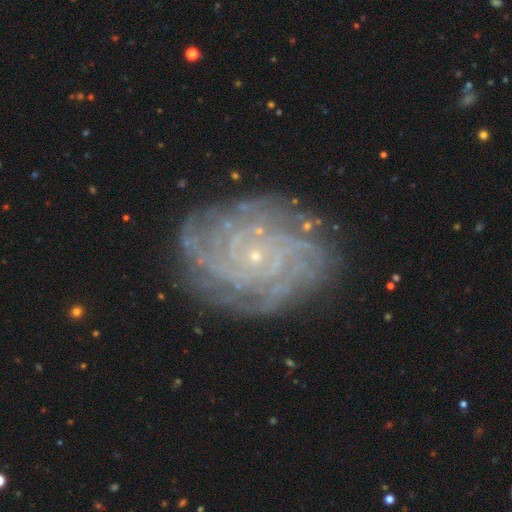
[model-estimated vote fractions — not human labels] Overall: featured or disk (86%). Edge-on disk: no (97%). Bar: no (79%). Spiral arms: yes (97%). Spiral arm count: more than 4 (31%; can't tell 23%). Spiral winding: tight (80%). Bulge size: small (89%). Merging: none (82%).